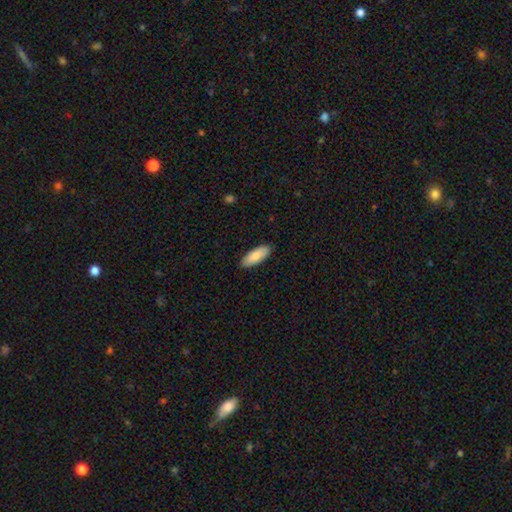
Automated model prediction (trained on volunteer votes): The model was most divided on "how rounded": in between: 77%, cigar-shaped: 22%, round: 2%. More confident: merging — none (89%); smooth or featured — smooth (83%).